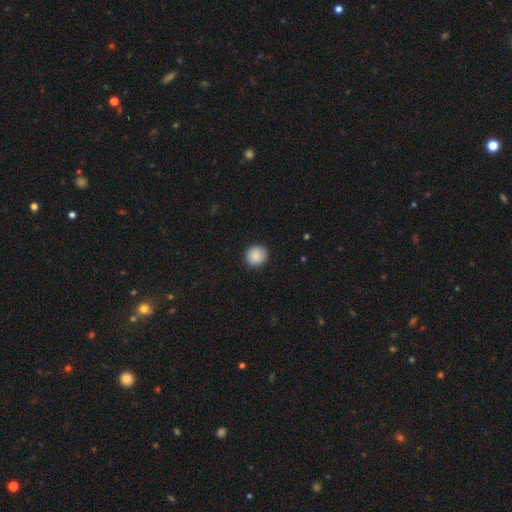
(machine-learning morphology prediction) Smooth or featured?
  - smooth: 89% *
  - star or artifact: 7%
  - featured or disk: 4%
How rounded?
  - round: 88% *
  - in between: 11%
  - cigar-shaped: 1%
Merging?
  - none: 91% *
  - minor disturbance: 7%
  - major disturbance: 2%
  - merger: 1%